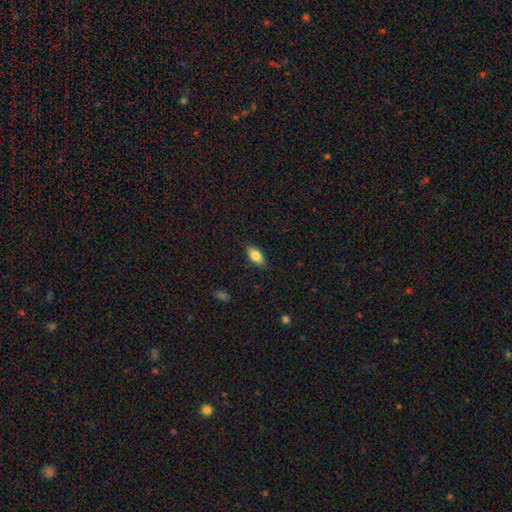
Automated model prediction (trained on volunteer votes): smooth_or_featured: smooth (p=0.79) [alt: featured or disk p=0.14]
how_rounded: in between (p=0.85) [alt: cigar-shaped p=0.12]
merging: none (p=0.87) [alt: minor disturbance p=0.10]